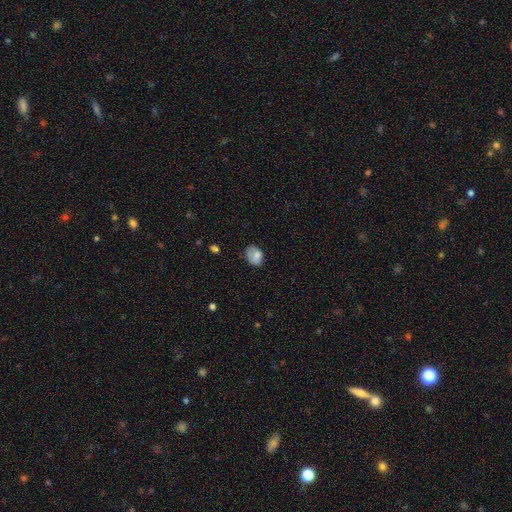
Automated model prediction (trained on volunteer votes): This is likely a smooth galaxy (74%). How rounded: likely in between (74%). Merging: possibly none (52%).